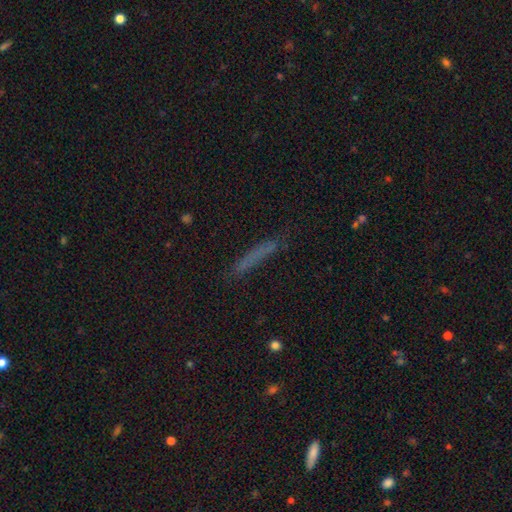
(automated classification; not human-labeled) Smooth or featured? Predicted: smooth (p=0.64). How rounded? Predicted: cigar-shaped (p=0.93). Merging? Predicted: none (p=0.80).